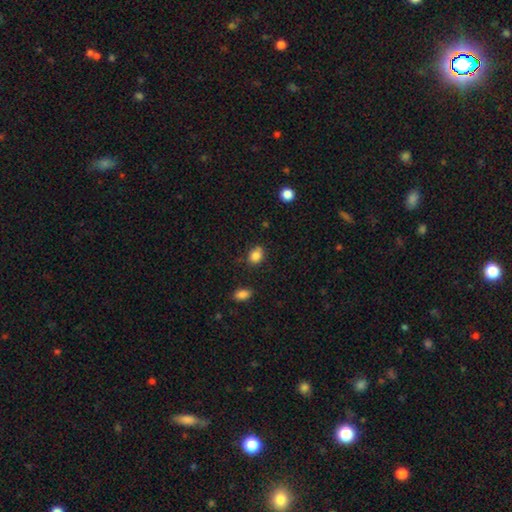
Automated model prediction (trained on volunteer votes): Overall: smooth (85%). How rounded: in between (59%; round 40%). Merging: none (73%).